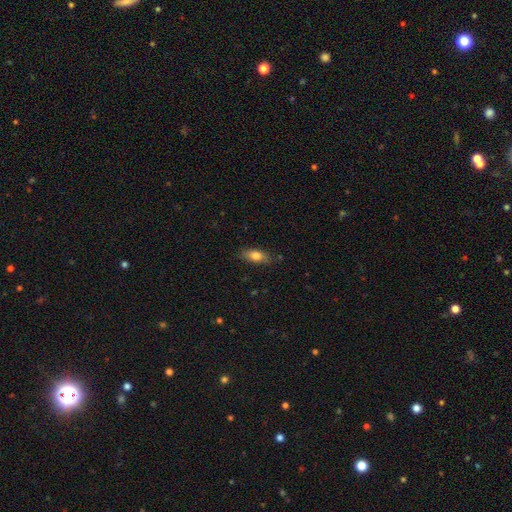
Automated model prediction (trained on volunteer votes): A smooth galaxy with no disk features (77%) that is in between round and cigar-shaped (79%).

Vote fractions:
- Smooth or featured? smooth: 77% / featured or disk: 15% / star or artifact: 7%
- How rounded? in between: 79% / cigar-shaped: 16% / round: 4%
- Merging? none: 82% / minor disturbance: 14% / major disturbance: 3% / merger: 1%